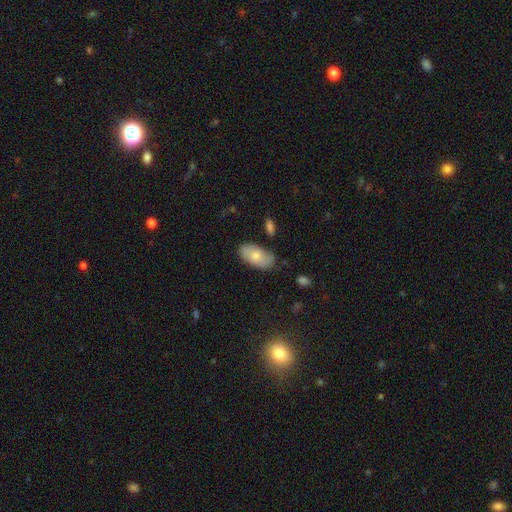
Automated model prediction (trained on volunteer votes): Morphology: type=smooth (72%); roundness=in between (94%); merging=none (73%).